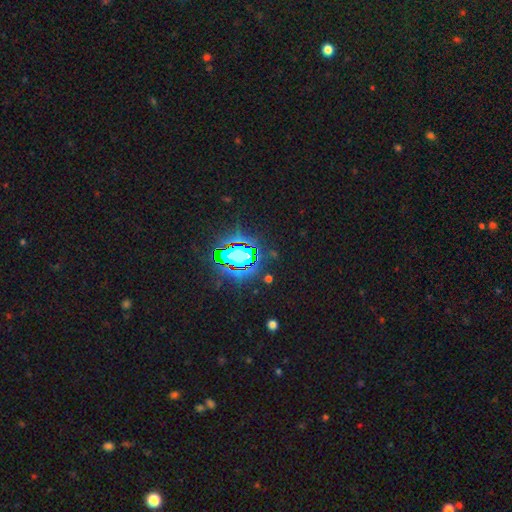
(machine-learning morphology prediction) This appears to be a star or artifact, not a galaxy (84%).